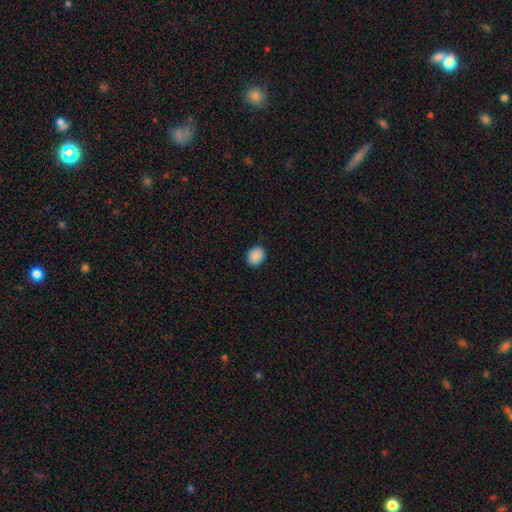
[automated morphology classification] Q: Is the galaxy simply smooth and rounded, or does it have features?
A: smooth — 90%.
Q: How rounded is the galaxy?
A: round — 51%.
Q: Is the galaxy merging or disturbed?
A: none — 88%.